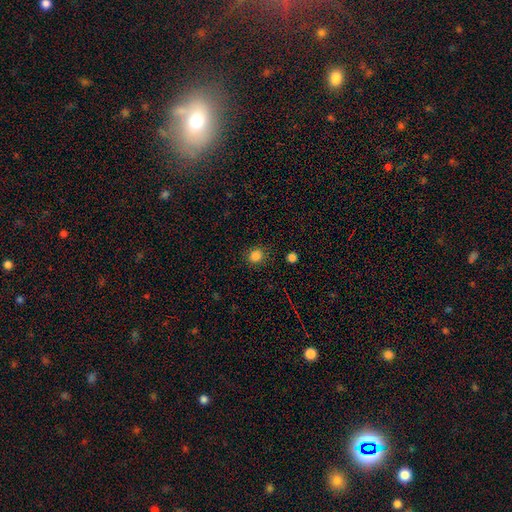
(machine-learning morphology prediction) Q: Smooth or featured?
A: smooth (84%); runner-up: star or artifact (13%)
Q: How rounded?
A: round (84%); runner-up: in between (15%)
Q: Merging?
A: none (88%); runner-up: minor disturbance (8%)